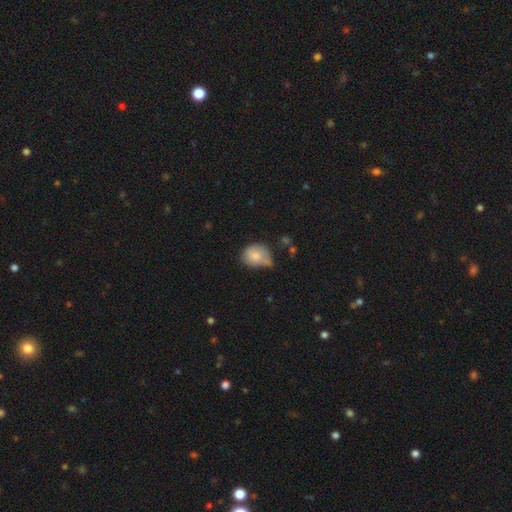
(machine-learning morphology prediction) smooth-or-featured: smooth: 78% | featured or disk: 14% | star or artifact: 8%
  how-rounded: round: 56% | in between: 43% | cigar-shaped: 1%
  merging: minor disturbance: 43% | none: 32% | major disturbance: 16% | merger: 10%